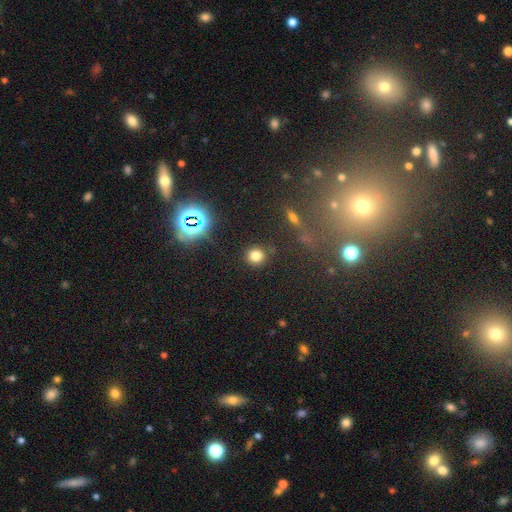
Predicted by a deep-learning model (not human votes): Smooth or featured?
  - smooth: 77% *
  - star or artifact: 16%
  - featured or disk: 7%
How rounded?
  - round: 88% *
  - in between: 11%
  - cigar-shaped: 1%
Merging?
  - none: 87% *
  - minor disturbance: 7%
  - merger: 3%
  - major disturbance: 3%